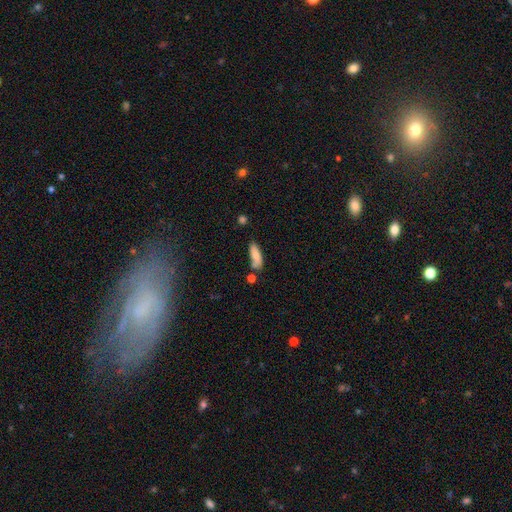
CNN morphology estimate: smooth_or_featured: smooth (p=0.79) [alt: featured or disk p=0.14]
how_rounded: in between (p=0.54) [alt: cigar-shaped p=0.43]
merging: none (p=0.61) [alt: minor disturbance p=0.22]